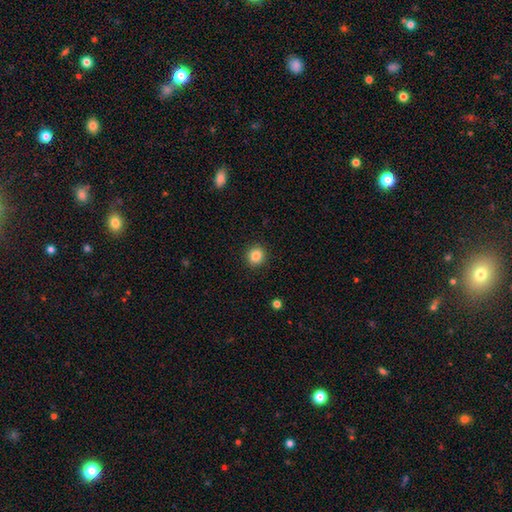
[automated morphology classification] This appears to be a smooth galaxy with no disk features (85%) that is round (88%). Merging: none (91%).